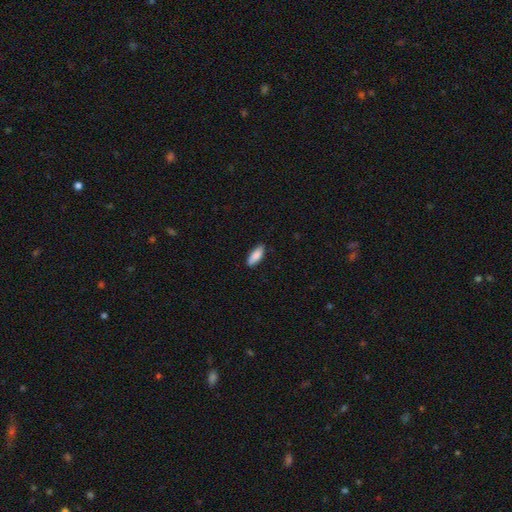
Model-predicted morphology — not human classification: type=smooth (87%); roundness=in between (72%); merging=none (85%).